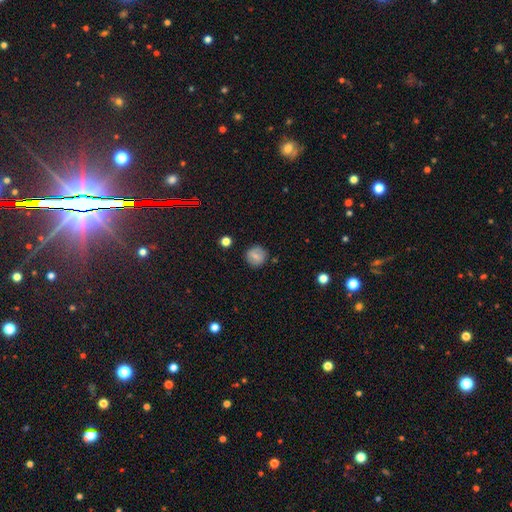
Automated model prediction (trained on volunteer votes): The model was most divided on "smooth or featured": smooth: 72%, featured or disk: 19%, star or artifact: 10%. More confident: how rounded — round (91%); merging — none (84%).